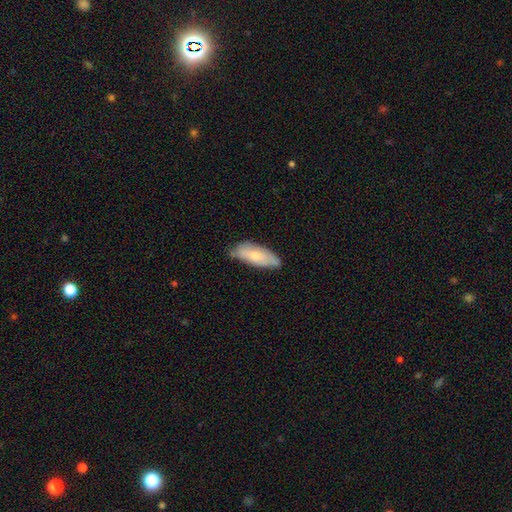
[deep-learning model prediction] A smooth galaxy with no disk features (68%) that is in between round and cigar-shaped (74%). Merging: none (61%).